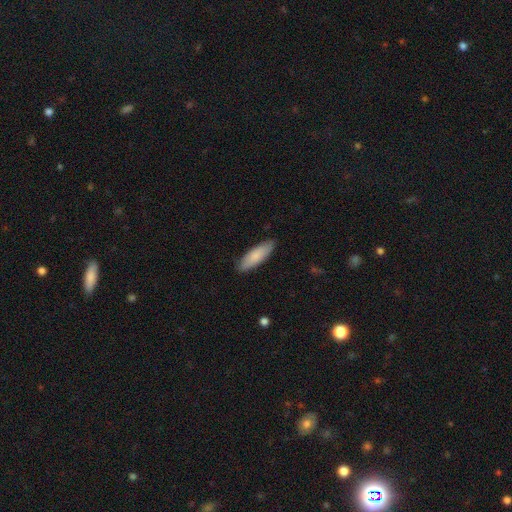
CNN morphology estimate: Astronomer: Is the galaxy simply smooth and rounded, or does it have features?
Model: smooth — 82%.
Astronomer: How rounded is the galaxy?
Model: in between — 54% (runner-up: cigar-shaped, 45%).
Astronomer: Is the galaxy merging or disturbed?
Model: none — 87%.